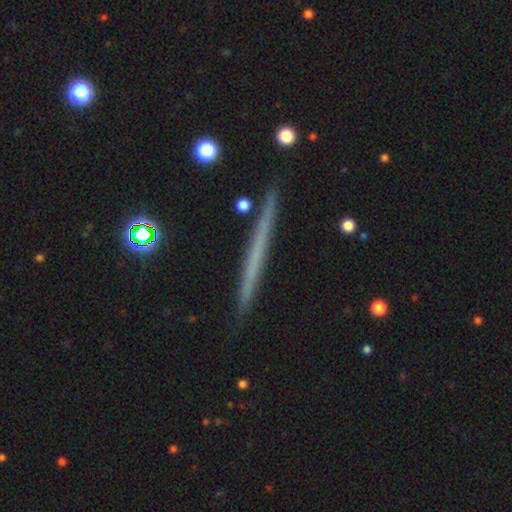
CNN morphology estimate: smooth_or_featured: featured or disk (p=0.51) [alt: smooth p=0.40]
disk_edge_on: yes (p=0.96) [alt: no p=0.04]
merging: none (p=0.90) [alt: minor disturbance p=0.07]